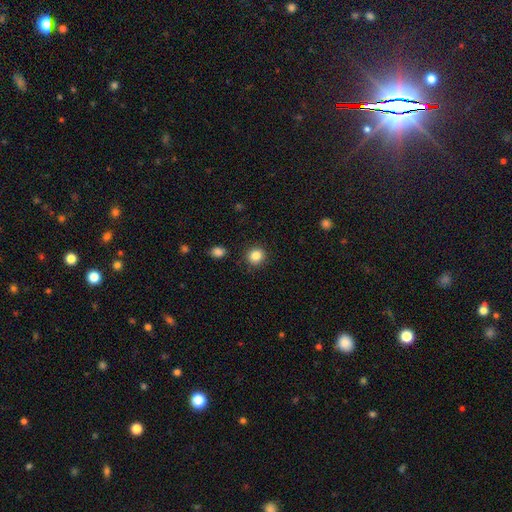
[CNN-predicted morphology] This is clearly a smooth galaxy (85%). How rounded: clearly round (88%). Merging: clearly none (89%).